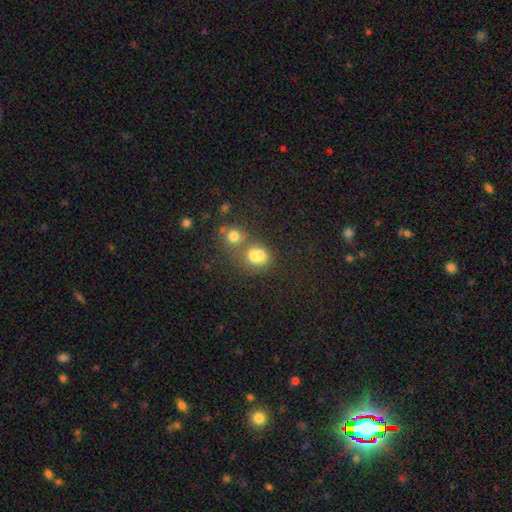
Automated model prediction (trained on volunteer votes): This is likely a smooth galaxy (70%). How rounded: possibly round (60%). Merging: possibly merger (56%).